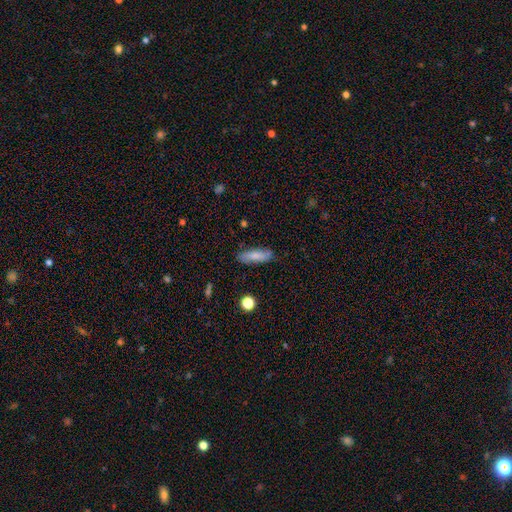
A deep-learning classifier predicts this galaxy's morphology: A smooth galaxy with no disk features (76%) that is cigar-shaped (50%). Merging: none (82%).